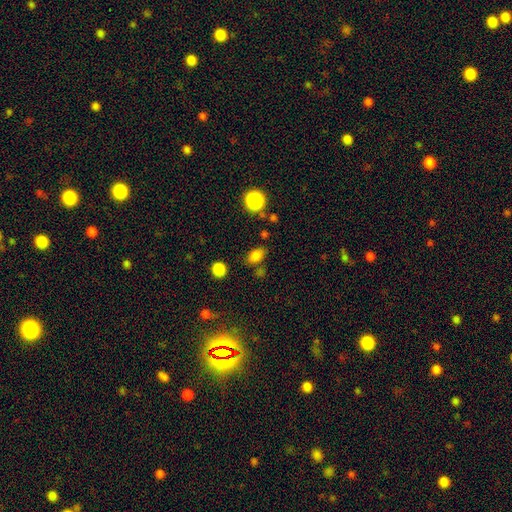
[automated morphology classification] Smooth or featured?
  - smooth: 80% *
  - star or artifact: 14%
  - featured or disk: 6%
How rounded?
  - in between: 80% *
  - round: 18%
  - cigar-shaped: 2%
Merging?
  - none: 74% *
  - minor disturbance: 14%
  - merger: 8%
  - major disturbance: 4%